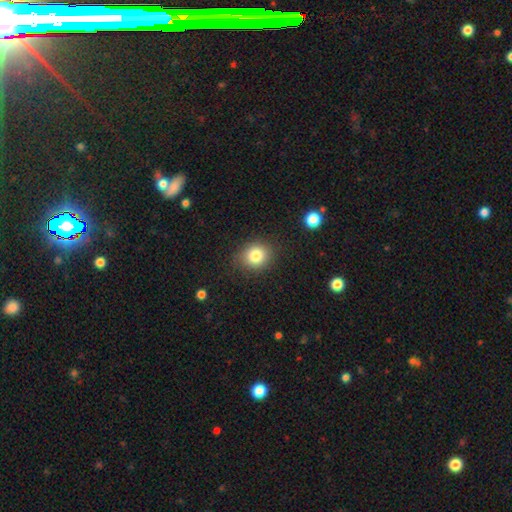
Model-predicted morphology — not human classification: A smooth galaxy with no disk features (82%) that is round (70%).

Vote fractions:
- Smooth or featured? smooth: 82% / star or artifact: 11% / featured or disk: 7%
- How rounded? round: 70% / in between: 29% / cigar-shaped: 1%
- Merging? none: 84% / minor disturbance: 11% / major disturbance: 3% / merger: 1%